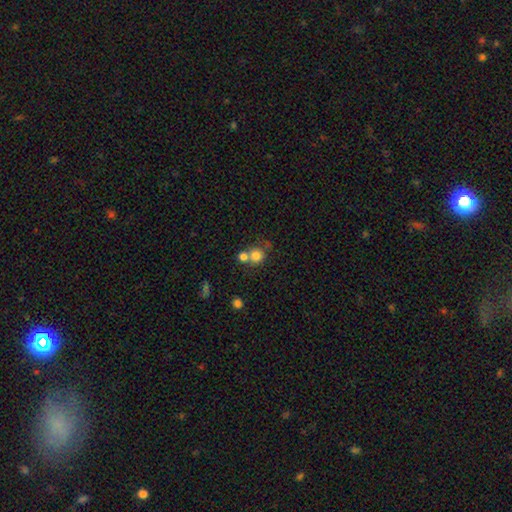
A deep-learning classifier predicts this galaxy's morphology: Smooth or featured?
  - smooth: 78% *
  - star or artifact: 12%
  - featured or disk: 10%
How rounded?
  - round: 88% *
  - in between: 11%
  - cigar-shaped: 1%
Merging?
  - none: 49% *
  - merger: 39%
  - minor disturbance: 8%
  - major disturbance: 4%